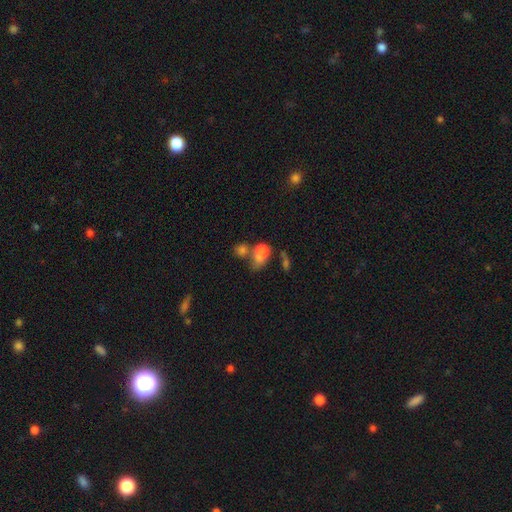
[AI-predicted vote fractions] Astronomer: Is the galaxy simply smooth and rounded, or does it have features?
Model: smooth — 42% (runner-up: featured or disk, 31%).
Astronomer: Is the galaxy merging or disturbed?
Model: none — 42% (runner-up: merger, 37%).